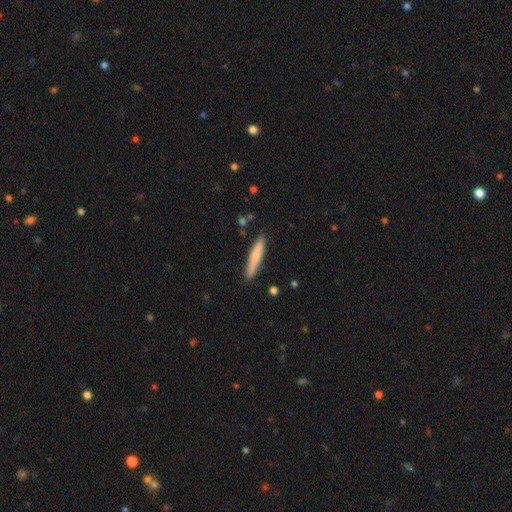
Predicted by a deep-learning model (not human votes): This appears to be a smooth galaxy with no disk features (73%) that is cigar-shaped (93%). Merging: none (87%).